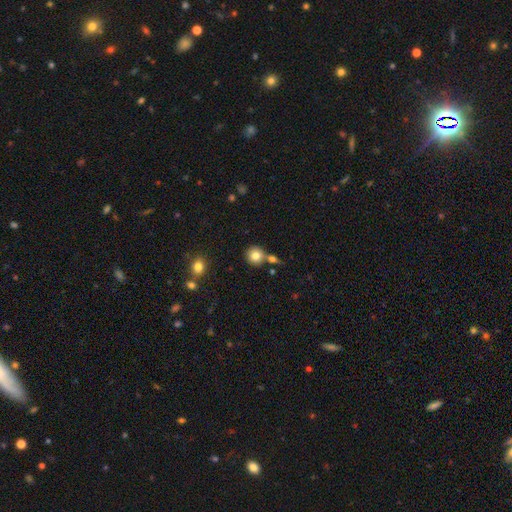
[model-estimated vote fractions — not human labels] This is clearly a smooth galaxy (81%). How rounded: clearly round (90%). Merging: likely none (70%).